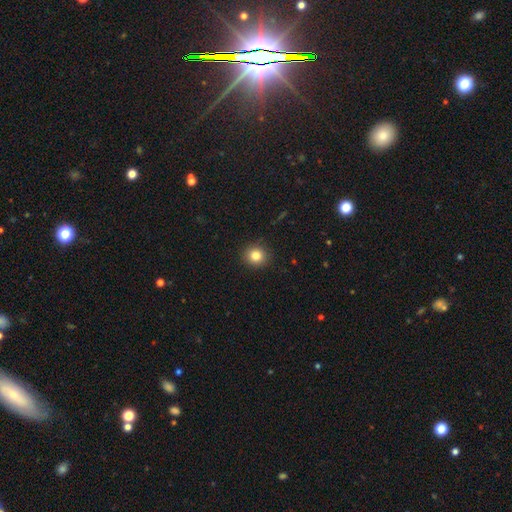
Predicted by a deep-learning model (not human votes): Q: Smooth or featured?
A: smooth (83%); runner-up: star or artifact (11%)
Q: How rounded?
A: round (89%); runner-up: in between (10%)
Q: Merging?
A: none (91%); runner-up: minor disturbance (6%)